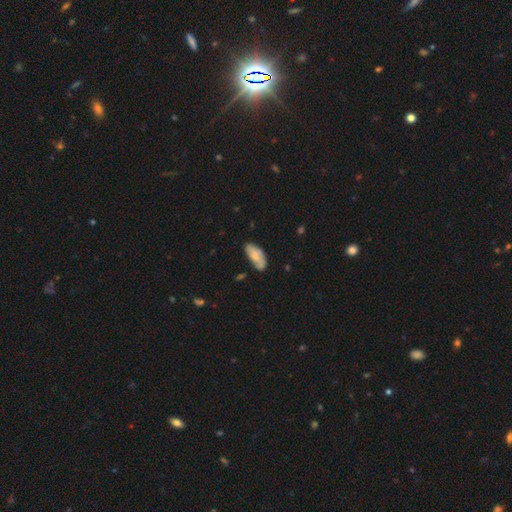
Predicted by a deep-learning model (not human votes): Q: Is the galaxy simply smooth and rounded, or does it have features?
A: smooth — 69%.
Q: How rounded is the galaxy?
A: in between — 88%.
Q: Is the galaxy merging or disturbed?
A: none — 55%.